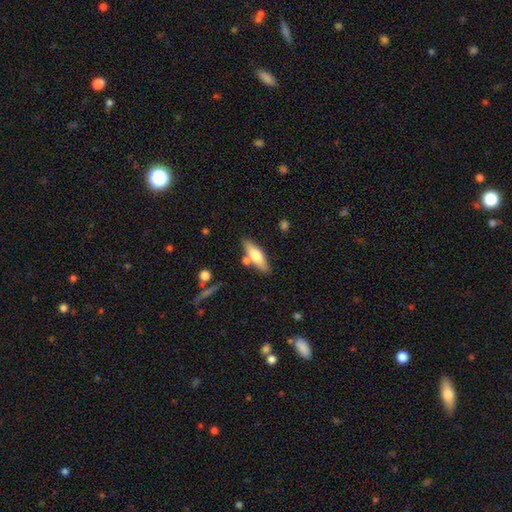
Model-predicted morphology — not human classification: Smooth or featured?
  - smooth: 61% *
  - featured or disk: 33%
  - star or artifact: 6%
How rounded?
  - cigar-shaped: 52% *
  - in between: 46%
  - round: 2%
Merging?
  - none: 75% *
  - minor disturbance: 12%
  - merger: 11%
  - major disturbance: 3%